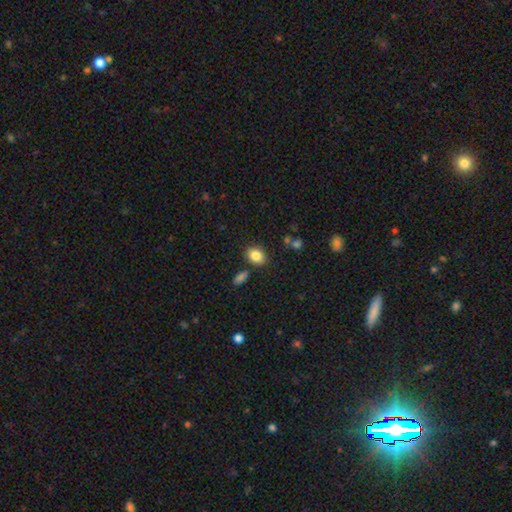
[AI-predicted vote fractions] This is clearly a smooth galaxy (85%). How rounded: likely in between (68%). Merging: likely none (79%).